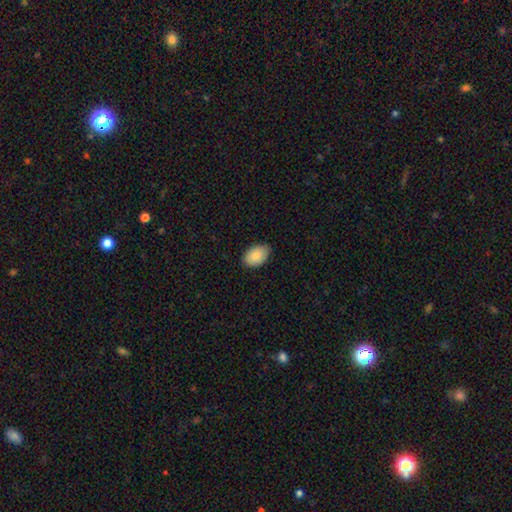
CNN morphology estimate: This appears to be a smooth galaxy with no disk features (86%) that is in between round and cigar-shaped (91%). Merging: none (83%).